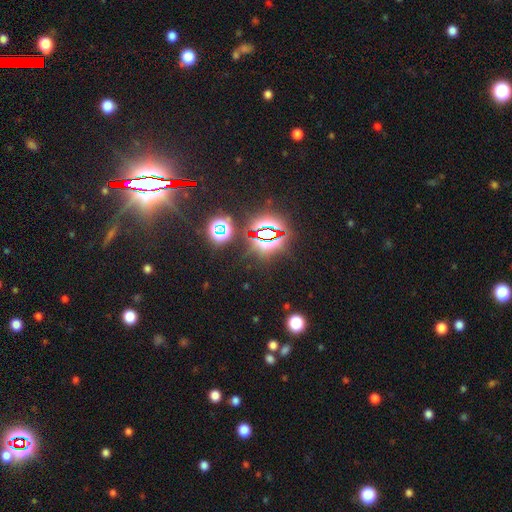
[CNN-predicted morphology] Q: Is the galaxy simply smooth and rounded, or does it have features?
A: star or artifact — 85%.